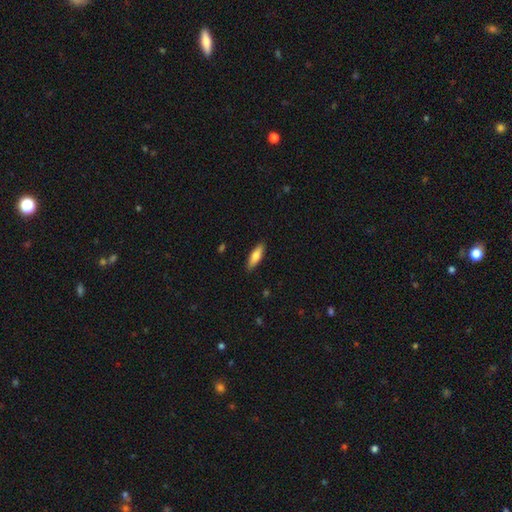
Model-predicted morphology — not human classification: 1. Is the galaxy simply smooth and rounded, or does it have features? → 74% smooth, 21% featured or disk, 6% star or artifact.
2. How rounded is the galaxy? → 54% cigar-shaped, 44% in between, 2% round.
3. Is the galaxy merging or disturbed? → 89% none, 9% minor disturbance, 2% major disturbance, 1% merger.